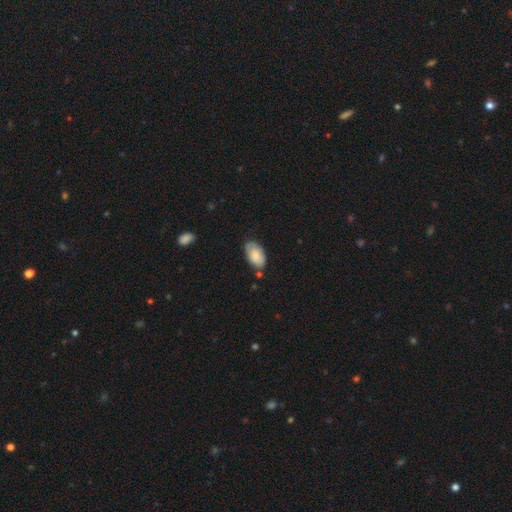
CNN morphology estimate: Smooth or featured? smooth (80%)
How rounded? in between (95%)
Merging? none (67%)